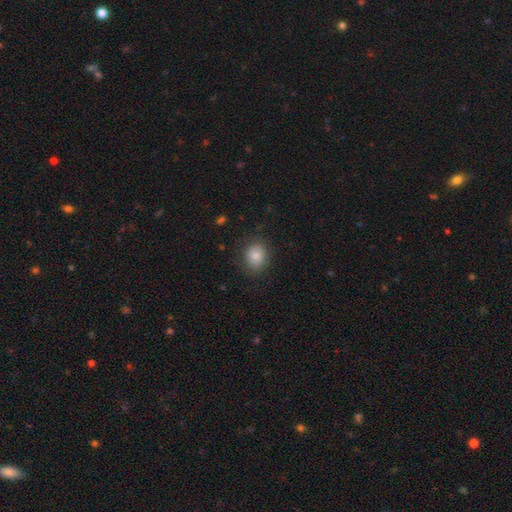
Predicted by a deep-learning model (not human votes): A smooth galaxy with no disk features (84%) that is round (57%).

Vote fractions:
- Smooth or featured? smooth: 84% / star or artifact: 9% / featured or disk: 8%
- How rounded? round: 57% / in between: 42% / cigar-shaped: 1%
- Merging? none: 81% / minor disturbance: 14% / major disturbance: 4% / merger: 1%